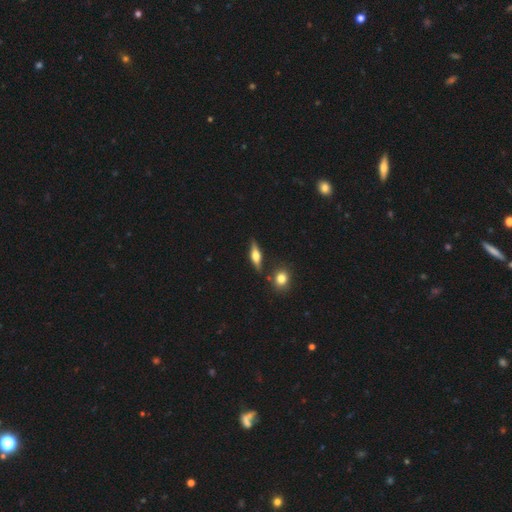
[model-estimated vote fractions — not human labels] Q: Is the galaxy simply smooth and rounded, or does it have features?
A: featured or disk — 56%.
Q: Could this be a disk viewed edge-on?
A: yes — 94%.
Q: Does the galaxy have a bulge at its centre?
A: rounded — 89%.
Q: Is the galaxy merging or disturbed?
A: none — 81%.